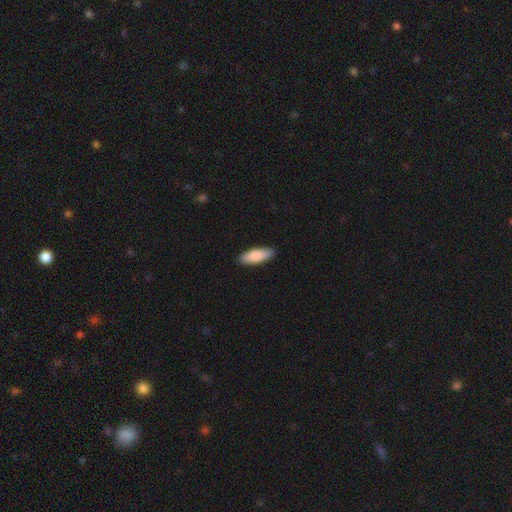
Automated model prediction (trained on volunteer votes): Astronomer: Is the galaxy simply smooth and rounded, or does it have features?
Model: smooth — 84%.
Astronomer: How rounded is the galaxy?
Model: in between — 64%.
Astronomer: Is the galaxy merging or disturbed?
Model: none — 90%.